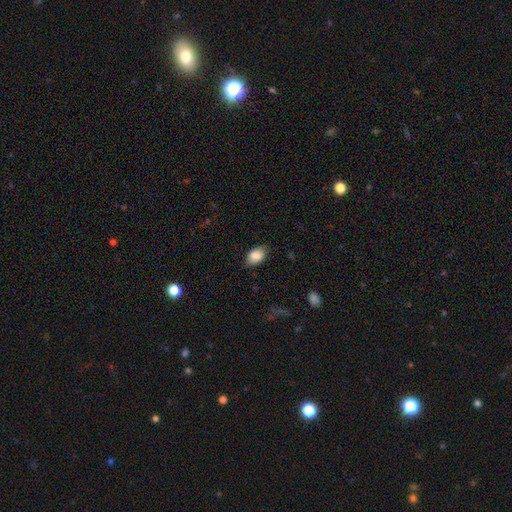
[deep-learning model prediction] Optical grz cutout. It shows a smooth galaxy with no disk features (86%) that is in between round and cigar-shaped (90%). Merging: none (80%).